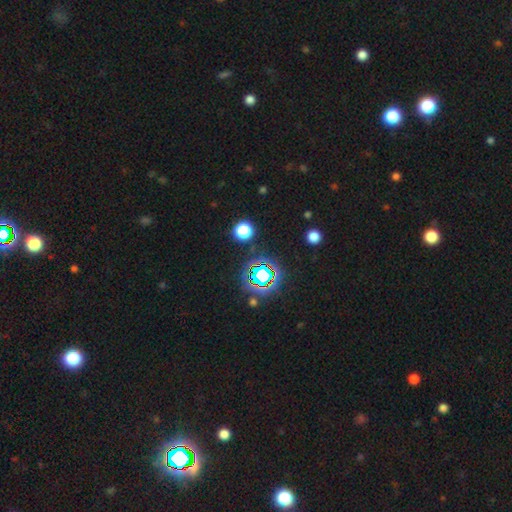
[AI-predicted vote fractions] Smooth or featured: star or artifact — 79% (smooth — 13%)